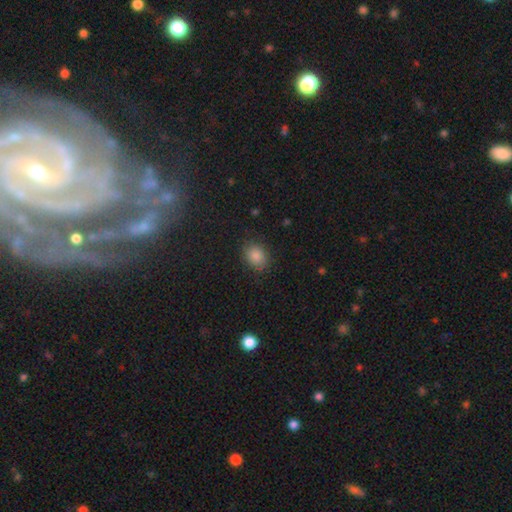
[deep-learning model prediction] This is clearly a smooth galaxy (84%). How rounded: possibly round (55%). Merging: clearly none (86%).